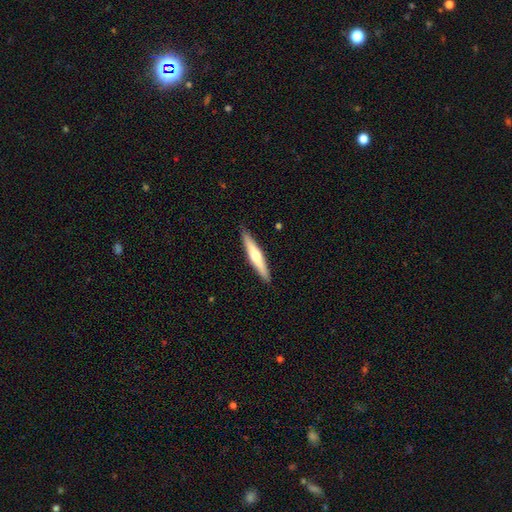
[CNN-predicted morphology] The model was most divided on "smooth or featured": featured or disk: 49%, smooth: 46%, star or artifact: 5%. More confident: merging — none (90%).